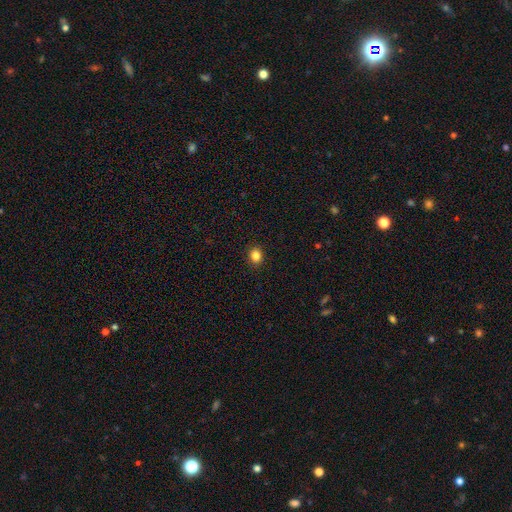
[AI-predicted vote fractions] This is clearly a smooth galaxy (85%). How rounded: likely round (63%). Merging: clearly none (91%).